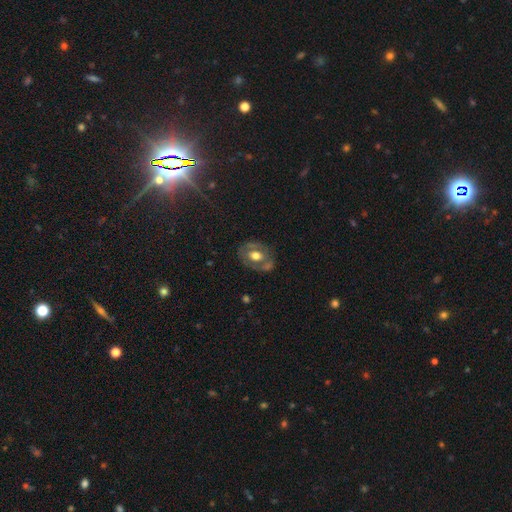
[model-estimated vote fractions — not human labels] featured or disk 55%, smooth 38%, star or artifact 7%. Down the decision tree: edge-on disk — no (93%); bar — no (73%); spiral arms — no (73%); bulge size — moderate (60%); merging — none (68%).